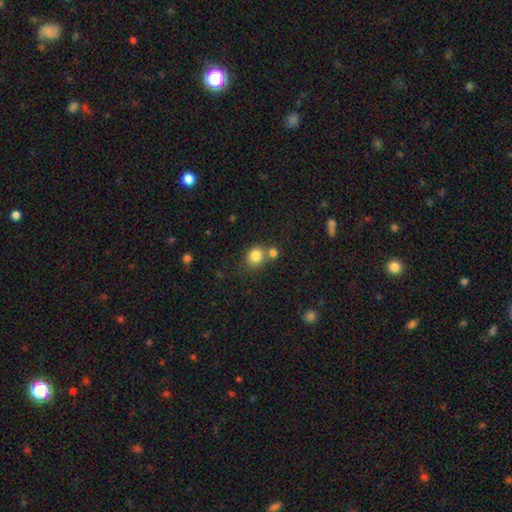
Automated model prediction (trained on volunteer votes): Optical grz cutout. It shows a smooth galaxy with no disk features (82%) that is round (72%). Merging: none (54%).